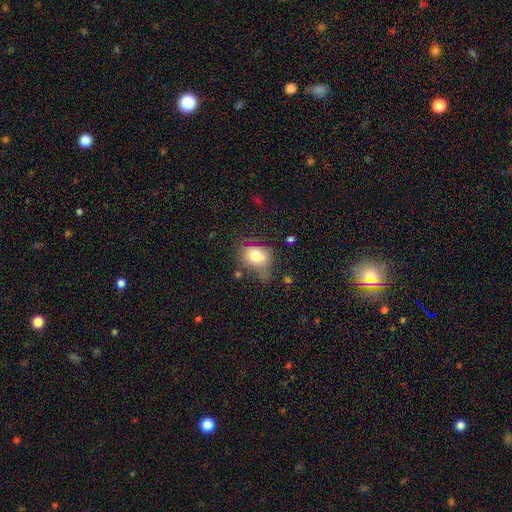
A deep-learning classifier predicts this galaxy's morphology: smooth-or-featured: smooth: 73% | featured or disk: 16% | star or artifact: 10%
  how-rounded: in between: 58% | round: 41% | cigar-shaped: 1%
  merging: none: 42% | minor disturbance: 32% | major disturbance: 19% | merger: 7%